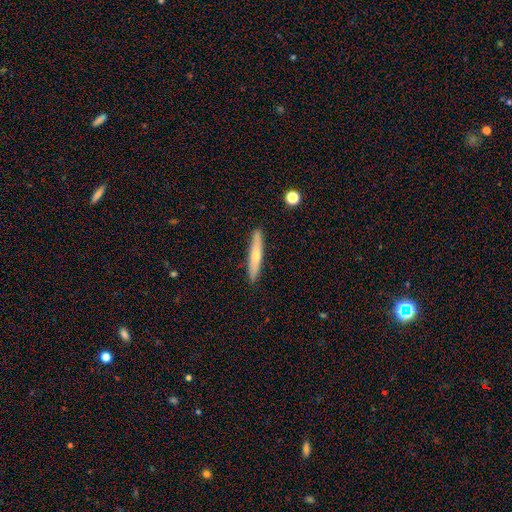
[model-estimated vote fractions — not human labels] Smooth or featured?
  - smooth: 55% *
  - featured or disk: 39%
  - star or artifact: 6%
How rounded?
  - cigar-shaped: 92% *
  - in between: 6%
  - round: 1%
Merging?
  - none: 90% *
  - minor disturbance: 8%
  - major disturbance: 1%
  - merger: 1%